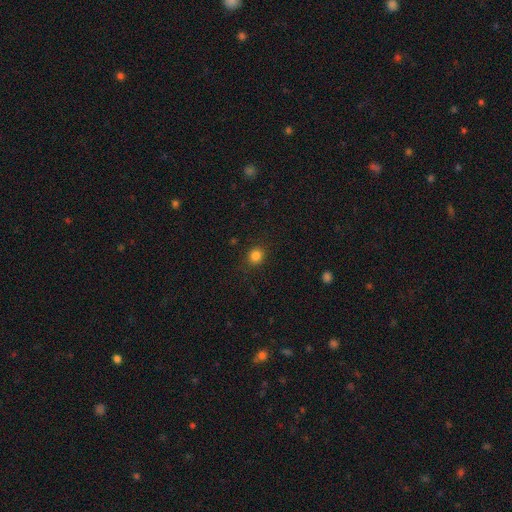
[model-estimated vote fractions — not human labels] smooth_or_featured: smooth (p=0.84) [alt: star or artifact p=0.12]
how_rounded: round (p=0.82) [alt: in between p=0.17]
merging: none (p=0.88) [alt: minor disturbance p=0.09]